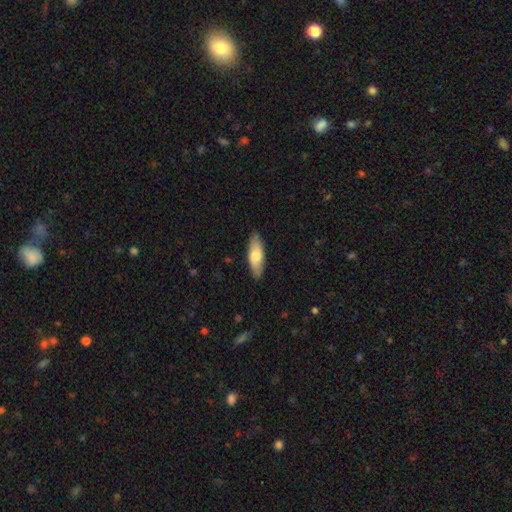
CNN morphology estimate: A smooth galaxy with no disk features (71%) that is in between round and cigar-shaped (61%).

Vote fractions:
- Smooth or featured? smooth: 71% / featured or disk: 23% / star or artifact: 5%
- How rounded? in between: 61% / cigar-shaped: 37% / round: 2%
- Merging? none: 87% / minor disturbance: 10% / major disturbance: 2% / merger: 1%